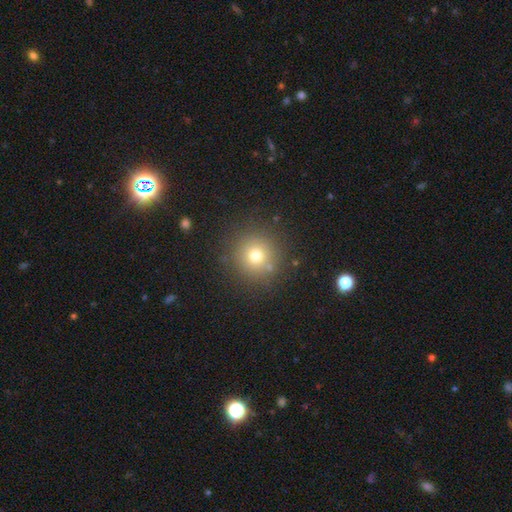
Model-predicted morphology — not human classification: smooth-or-featured: smooth: 73% | star or artifact: 17% | featured or disk: 10%
  how-rounded: round: 94% | in between: 5% | cigar-shaped: 1%
  merging: none: 86% | minor disturbance: 8% | merger: 3% | major disturbance: 3%